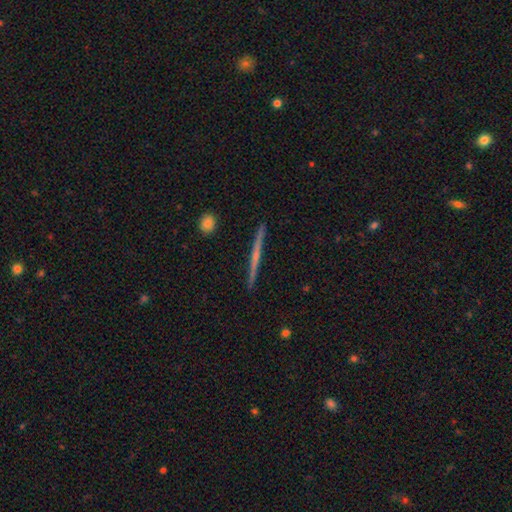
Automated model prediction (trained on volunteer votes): smooth-or-featured: featured or disk: 65% | smooth: 29% | star or artifact: 6%
  disk-edge-on: yes: 98% | no: 2%
    edge-on-bulge: none: 70% | rounded: 24% | boxy: 6%
  merging: none: 93% | minor disturbance: 5% | major disturbance: 1% | merger: 1%